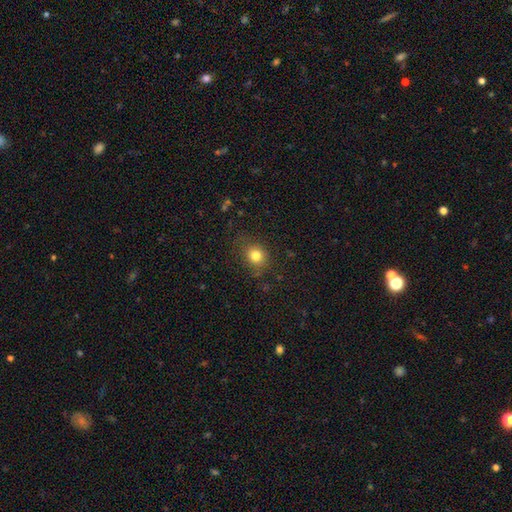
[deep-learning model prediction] smooth_or_featured: smooth (p=0.80) [alt: star or artifact p=0.13]
how_rounded: round (p=0.74) [alt: in between p=0.25]
merging: none (p=0.79) [alt: minor disturbance p=0.15]